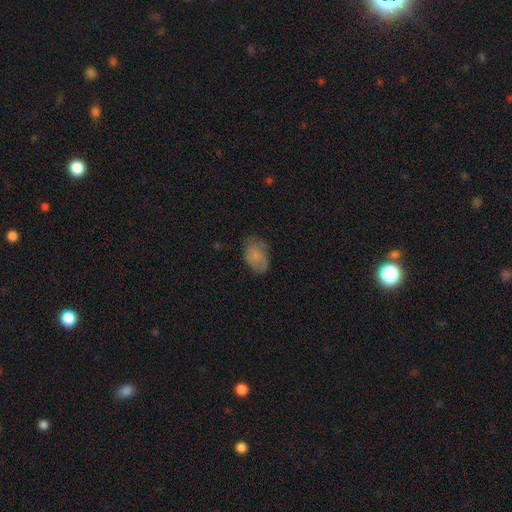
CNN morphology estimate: This is likely a smooth galaxy (70%). How rounded: clearly in between (83%). Merging: possibly none (59%).